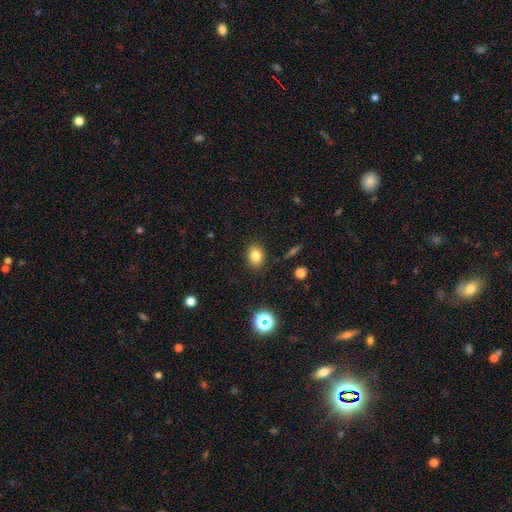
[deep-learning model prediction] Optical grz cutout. It shows a smooth galaxy with no disk features (79%) that is round (50%). Merging: none (87%).